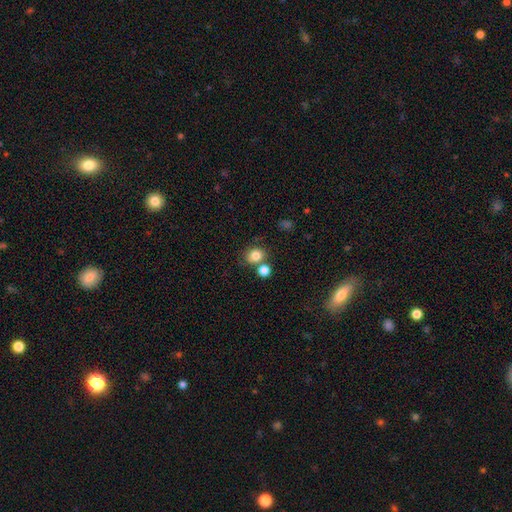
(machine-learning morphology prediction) type=smooth (82%); roundness=round (69%); merging=none (62%).